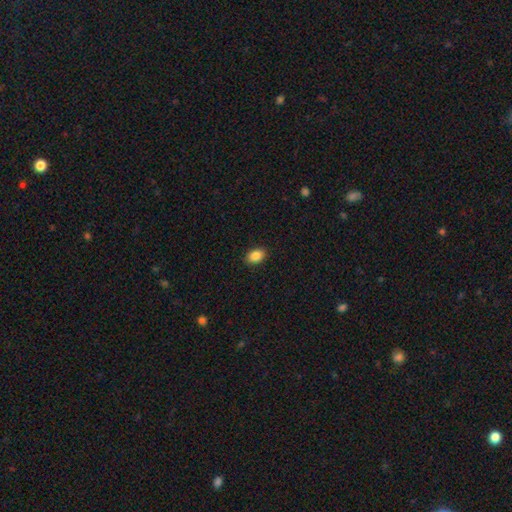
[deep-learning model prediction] Smooth or featured: smooth — 87% (star or artifact — 8%)
How rounded: in between — 81% (round — 18%)
Merging: none — 89% (minor disturbance — 8%)